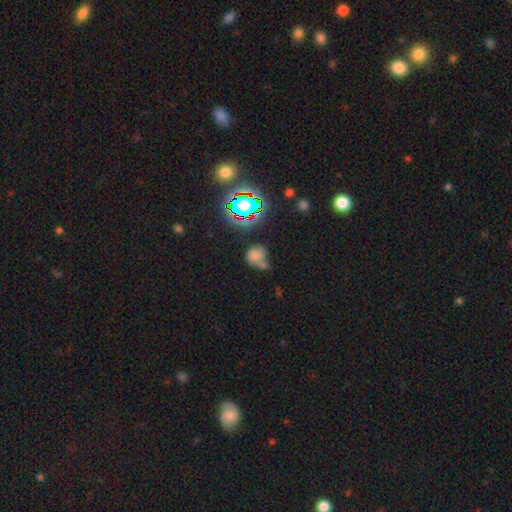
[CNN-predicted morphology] A smooth galaxy with no disk features (65%) that is round (77%).

Vote fractions:
- Smooth or featured? smooth: 65% / star or artifact: 23% / featured or disk: 12%
- How rounded? round: 77% / in between: 21% / cigar-shaped: 1%
- Merging? none: 43% / merger: 31% / minor disturbance: 17% / major disturbance: 9%